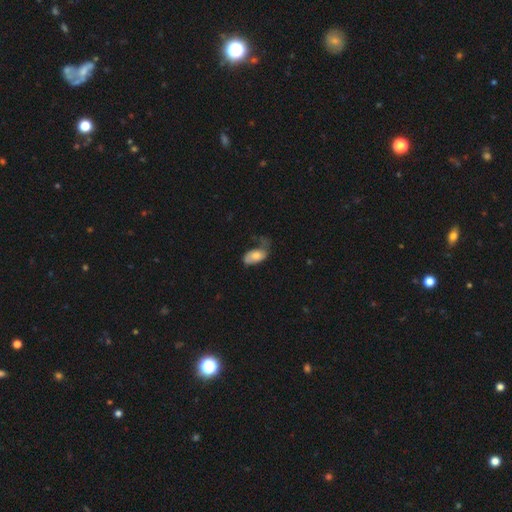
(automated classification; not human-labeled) Smooth or featured: smooth — 65% (featured or disk — 28%)
How rounded: in between — 92% (round — 4%)
Merging: major disturbance — 34% (minor disturbance — 31%)